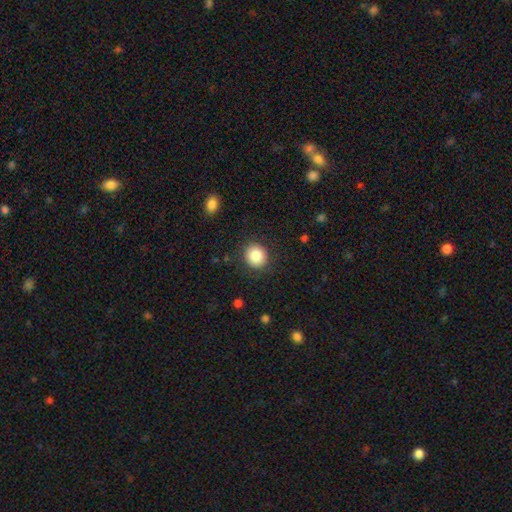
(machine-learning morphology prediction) smooth-or-featured: smooth: 85% | star or artifact: 9% | featured or disk: 6%
  how-rounded: round: 86% | in between: 14% | cigar-shaped: 1%
  merging: none: 89% | minor disturbance: 7% | major disturbance: 3% | merger: 1%